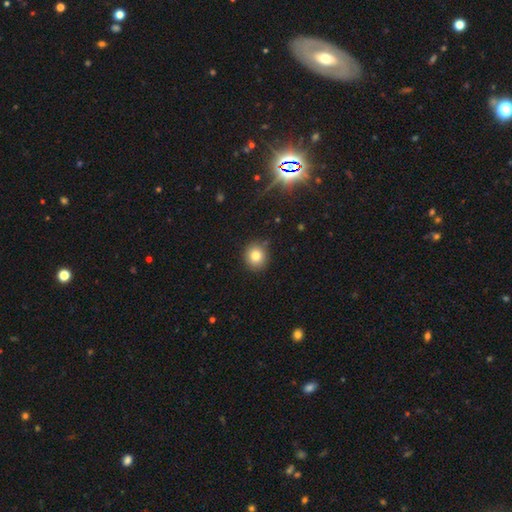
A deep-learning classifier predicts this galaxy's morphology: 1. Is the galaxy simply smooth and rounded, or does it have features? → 80% smooth, 12% star or artifact, 8% featured or disk.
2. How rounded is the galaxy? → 86% round, 13% in between, 1% cigar-shaped.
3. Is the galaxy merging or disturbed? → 86% none, 10% minor disturbance, 2% major disturbance, 2% merger.